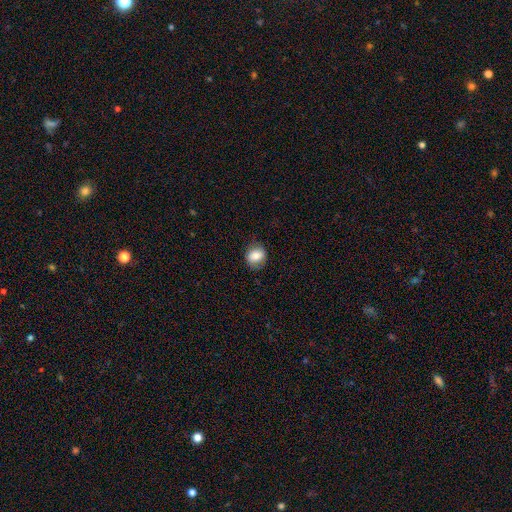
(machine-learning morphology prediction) This is likely a smooth galaxy (78%). How rounded: possibly round (58%). Merging: likely none (80%).